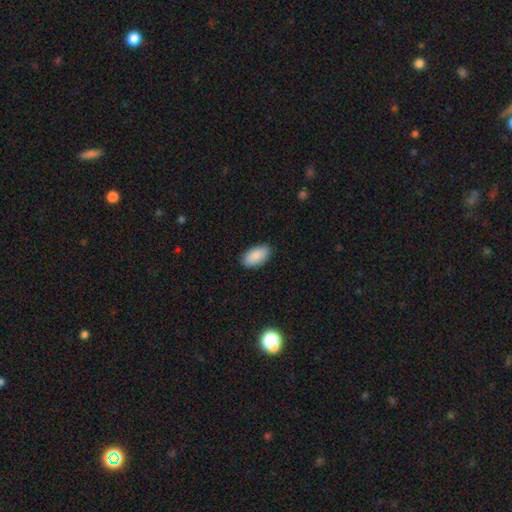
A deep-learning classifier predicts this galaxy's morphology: A smooth galaxy with no disk features (90%) that is in between round and cigar-shaped (95%). Merging: none (87%).